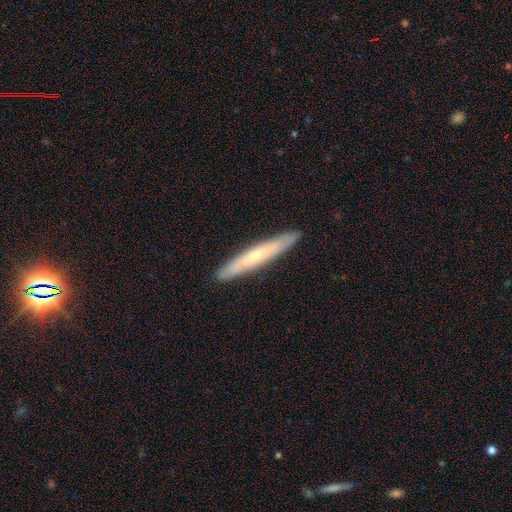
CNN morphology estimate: A smooth galaxy with no disk features (52%) that is cigar-shaped (95%).

Vote fractions:
- Smooth or featured? smooth: 52% / featured or disk: 42% / star or artifact: 5%
- How rounded? cigar-shaped: 95% / in between: 4% / round: 1%
- Merging? none: 90% / minor disturbance: 7% / major disturbance: 1% / merger: 1%